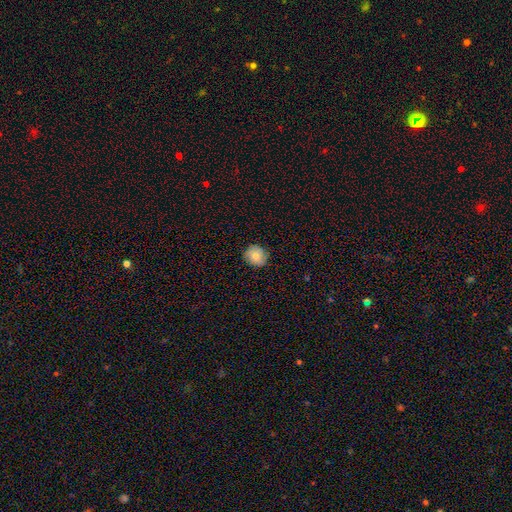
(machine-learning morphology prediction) Q: Smooth or featured?
A: smooth (72%); runner-up: featured or disk (20%)
Q: How rounded?
A: round (85%); runner-up: in between (14%)
Q: Merging?
A: none (83%); runner-up: minor disturbance (13%)